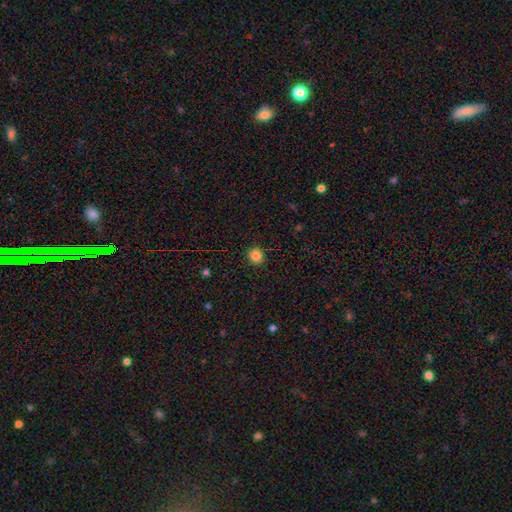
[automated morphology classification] Q: Smooth or featured?
A: smooth (85%); runner-up: star or artifact (11%)
Q: How rounded?
A: round (81%); runner-up: in between (18%)
Q: Merging?
A: none (91%); runner-up: minor disturbance (6%)